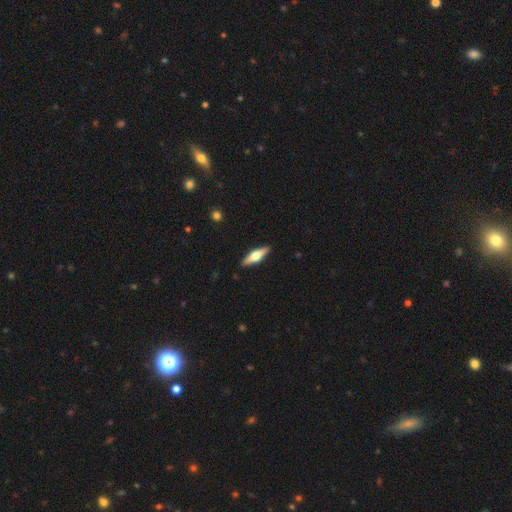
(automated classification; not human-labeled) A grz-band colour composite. It shows a featured or disk galaxy (57%) viewed edge-on (95%) with a rounded central bulge (94%). Merging: none (91%).